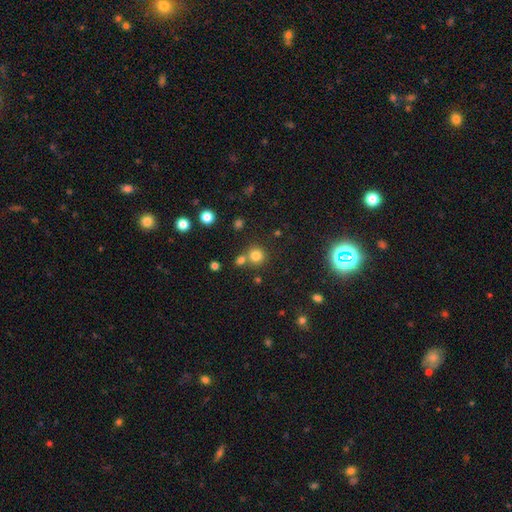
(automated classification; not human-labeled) Smooth or featured?
  - smooth: 78% *
  - star or artifact: 16%
  - featured or disk: 6%
How rounded?
  - round: 91% *
  - in between: 8%
  - cigar-shaped: 1%
Merging?
  - none: 69% *
  - merger: 20%
  - minor disturbance: 7%
  - major disturbance: 3%